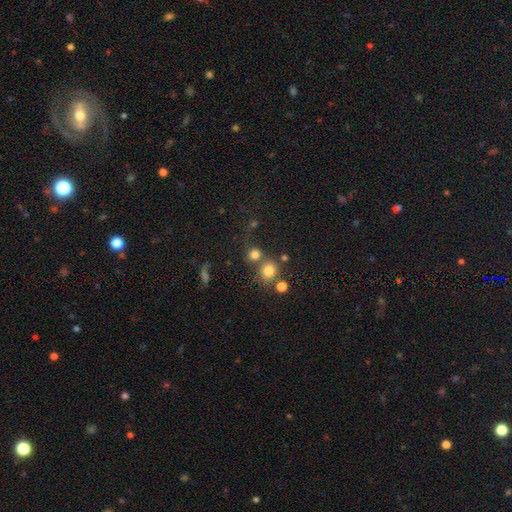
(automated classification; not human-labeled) Smooth or featured? smooth (61%)
How rounded? round (87%)
Merging? none (58%)